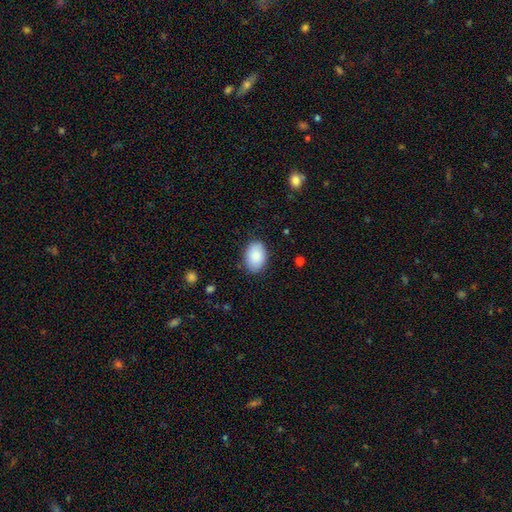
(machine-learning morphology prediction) The model was most divided on "how rounded": in between: 85%, round: 14%, cigar-shaped: 1%. More confident: smooth or featured — smooth (89%); merging — none (86%).